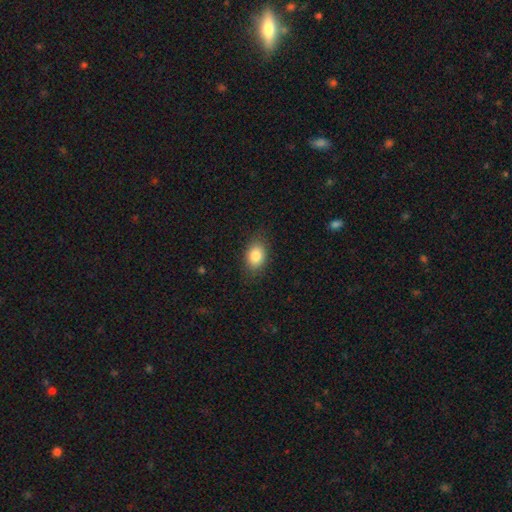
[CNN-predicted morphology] A smooth galaxy with no disk features (84%) that is in between round and cigar-shaped (77%).

Vote fractions:
- Smooth or featured? smooth: 84% / star or artifact: 8% / featured or disk: 8%
- How rounded? in between: 77% / round: 22% / cigar-shaped: 1%
- Merging? none: 83% / minor disturbance: 13% / major disturbance: 3% / merger: 1%